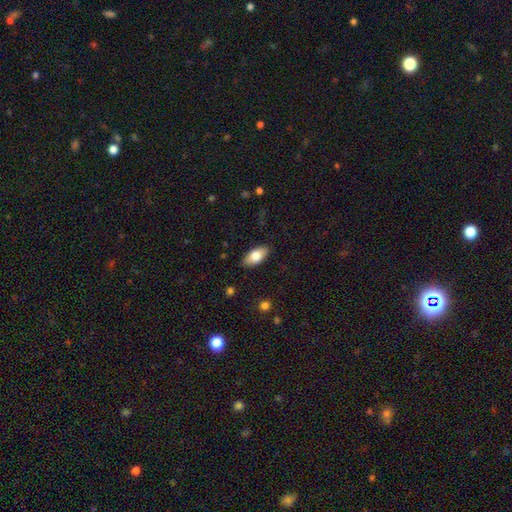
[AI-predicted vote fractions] This is likely a smooth galaxy (76%). How rounded: clearly in between (90%). Merging: clearly none (87%).